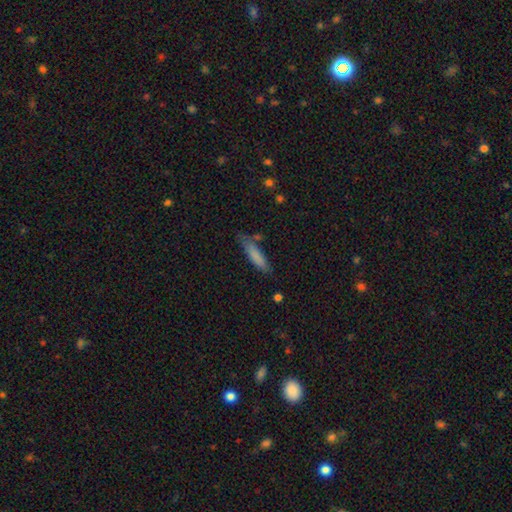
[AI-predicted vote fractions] Overall: smooth (81%). How rounded: cigar-shaped (78%). Merging: none (70%).